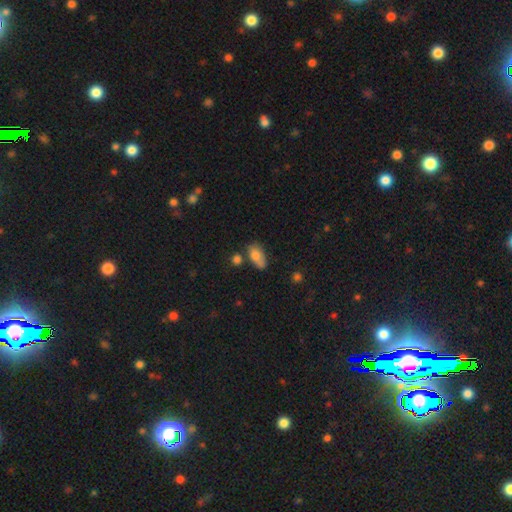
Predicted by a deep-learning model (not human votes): smooth-or-featured: smooth: 78% | featured or disk: 14% | star or artifact: 8%
  how-rounded: in between: 90% | round: 5% | cigar-shaped: 4%
  merging: none: 49% | minor disturbance: 28% | merger: 14% | major disturbance: 9%